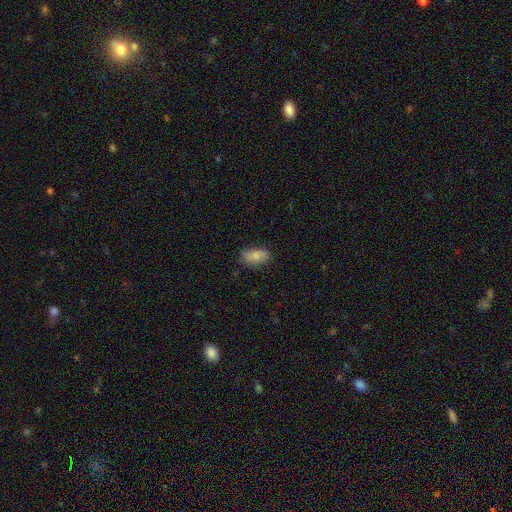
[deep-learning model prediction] Smooth or featured? smooth (82%)
How rounded? in between (91%)
Merging? none (72%)